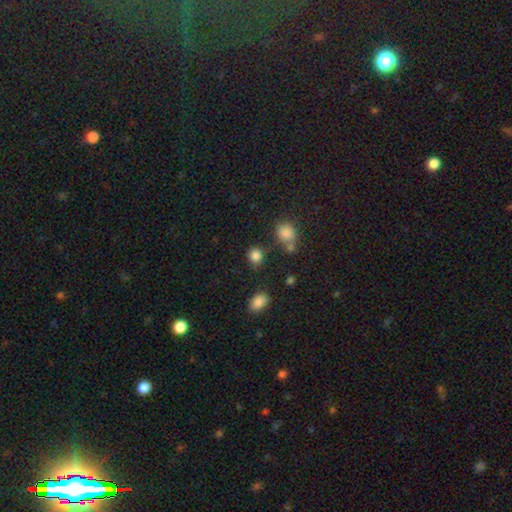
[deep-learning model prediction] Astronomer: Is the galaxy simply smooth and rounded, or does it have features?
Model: smooth — 84%.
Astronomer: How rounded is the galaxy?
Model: round — 74%.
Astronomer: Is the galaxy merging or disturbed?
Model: none — 75%.